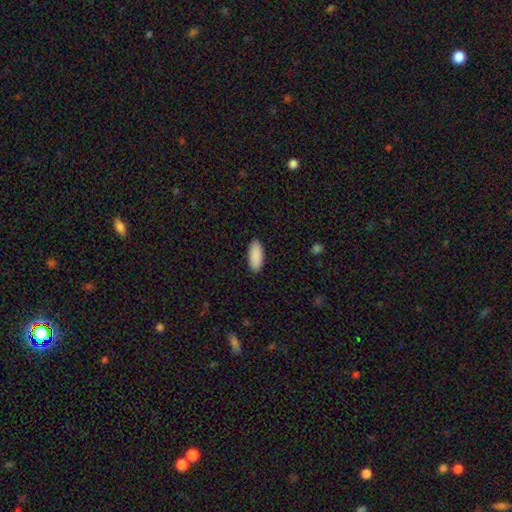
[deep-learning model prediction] A smooth galaxy with no disk features (91%) that is in between round and cigar-shaped (85%).

Vote fractions:
- Smooth or featured? smooth: 91% / star or artifact: 6% / featured or disk: 3%
- How rounded? in between: 85% / cigar-shaped: 13% / round: 2%
- Merging? none: 90% / minor disturbance: 7% / major disturbance: 2% / merger: 1%